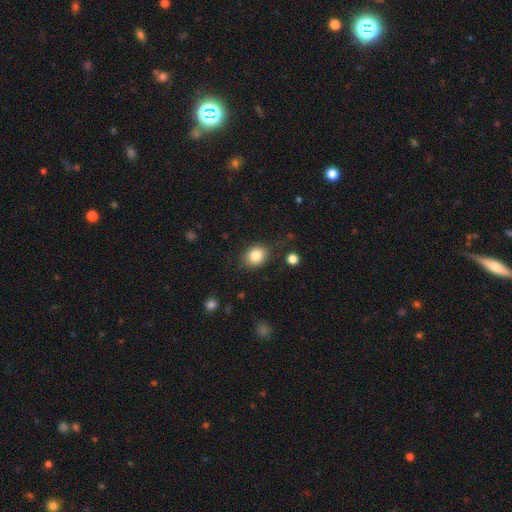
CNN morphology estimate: Smooth or featured?
  - smooth: 84% *
  - star or artifact: 9%
  - featured or disk: 7%
How rounded?
  - round: 54% *
  - in between: 45%
  - cigar-shaped: 1%
Merging?
  - none: 82% *
  - minor disturbance: 12%
  - major disturbance: 4%
  - merger: 2%